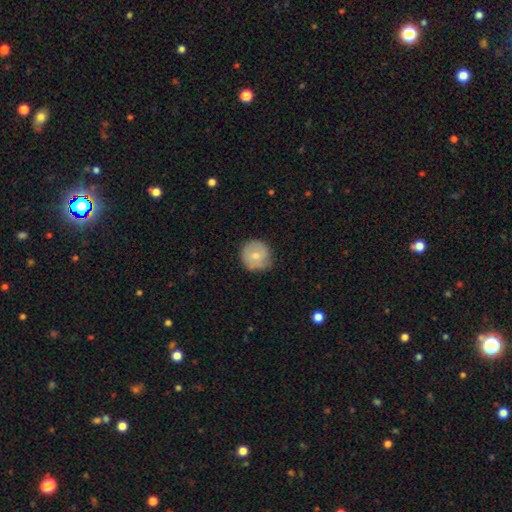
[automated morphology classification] The model was most divided on "smooth or featured": smooth: 66%, featured or disk: 28%, star or artifact: 7%. More confident: how rounded — round (93%); merging — none (73%).